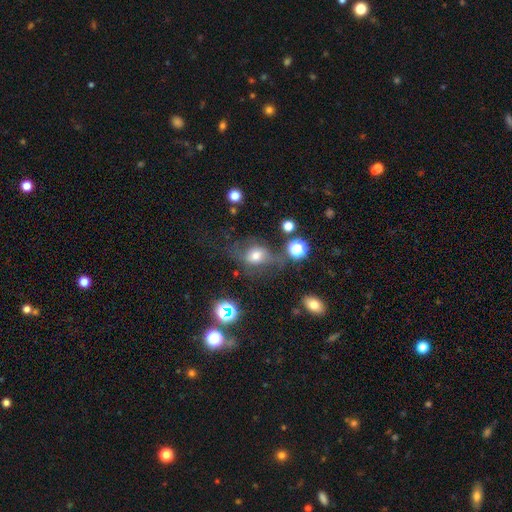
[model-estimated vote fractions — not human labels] Smooth or featured: smooth — 61% (featured or disk — 23%)
How rounded: in between — 50% (round — 48%)
Merging: none — 39% (major disturbance — 30%)